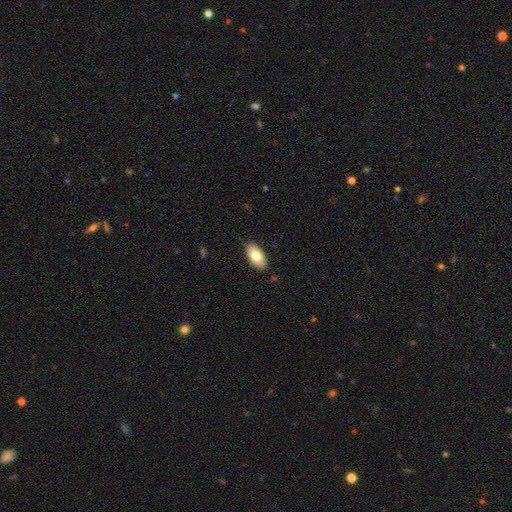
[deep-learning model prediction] smooth_or_featured: smooth (p=0.76) [alt: featured or disk p=0.18]
how_rounded: in between (p=0.93) [alt: cigar-shaped p=0.05]
merging: none (p=0.87) [alt: minor disturbance p=0.10]